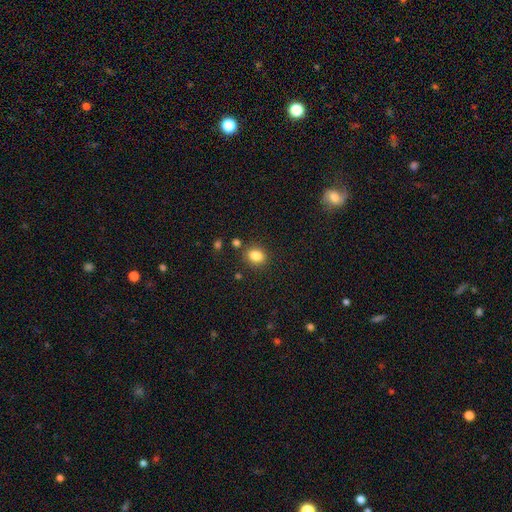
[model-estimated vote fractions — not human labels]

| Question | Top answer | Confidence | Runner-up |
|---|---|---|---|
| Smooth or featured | smooth | 84% | star or artifact (10%) |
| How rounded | in between | 50% | round (49%) |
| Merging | none | 82% | minor disturbance (10%) |